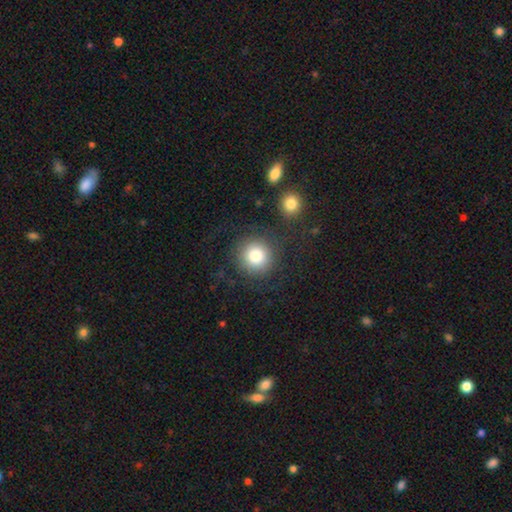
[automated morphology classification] A smooth galaxy with no disk features (83%) that is round (94%).

Vote fractions:
- Smooth or featured? smooth: 83% / star or artifact: 9% / featured or disk: 8%
- How rounded? round: 94% / in between: 5% / cigar-shaped: 1%
- Merging? none: 83% / minor disturbance: 9% / major disturbance: 5% / merger: 4%